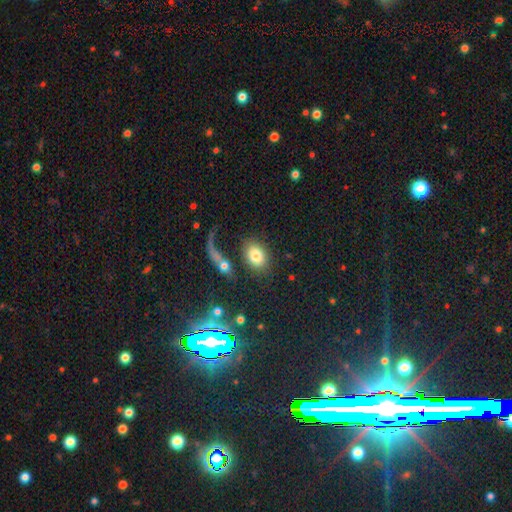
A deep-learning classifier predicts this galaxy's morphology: A smooth galaxy with no disk features (79%) that is in between round and cigar-shaped (68%). Merging: none (69%).